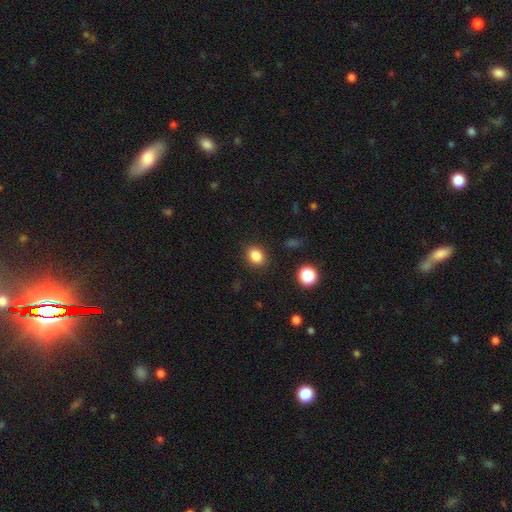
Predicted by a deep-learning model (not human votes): This appears to be a smooth galaxy with no disk features (84%) that is in between round and cigar-shaped (51%). Merging: none (88%).